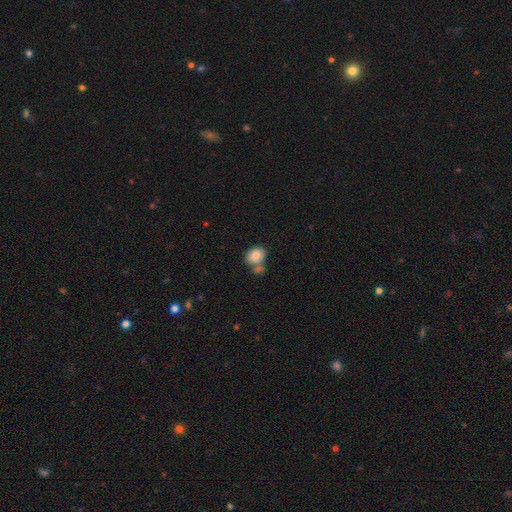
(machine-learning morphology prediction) Smooth or featured?
  - smooth: 83% *
  - featured or disk: 8%
  - star or artifact: 8%
How rounded?
  - round: 54% *
  - in between: 45%
  - cigar-shaped: 1%
Merging?
  - none: 50% *
  - merger: 31%
  - minor disturbance: 14%
  - major disturbance: 5%